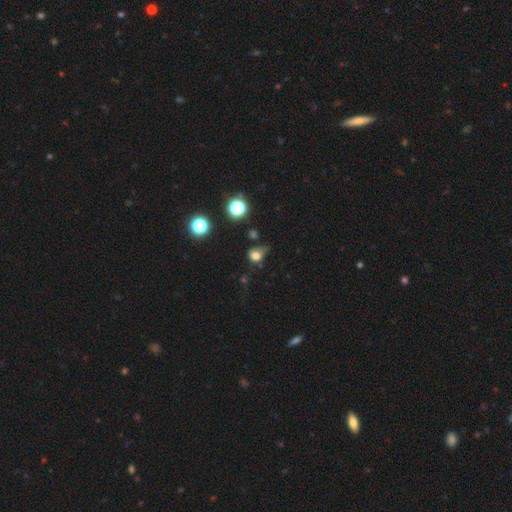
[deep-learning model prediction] Smooth or featured? smooth (74%)
How rounded? round (64%)
Merging? none (40%)